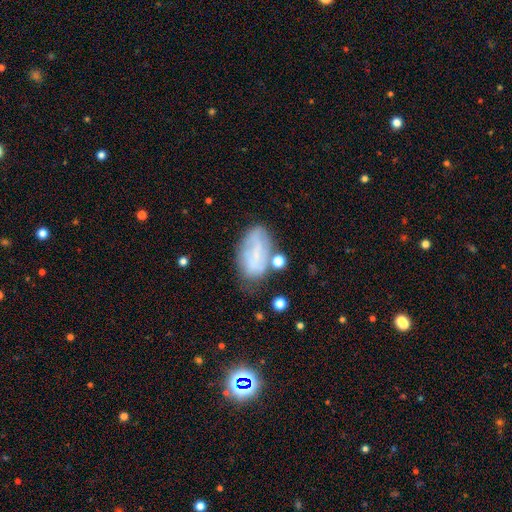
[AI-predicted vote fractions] smooth-or-featured: smooth: 47% | featured or disk: 42% | star or artifact: 10%
  merging: none: 53% | minor disturbance: 26% | major disturbance: 12% | merger: 9%